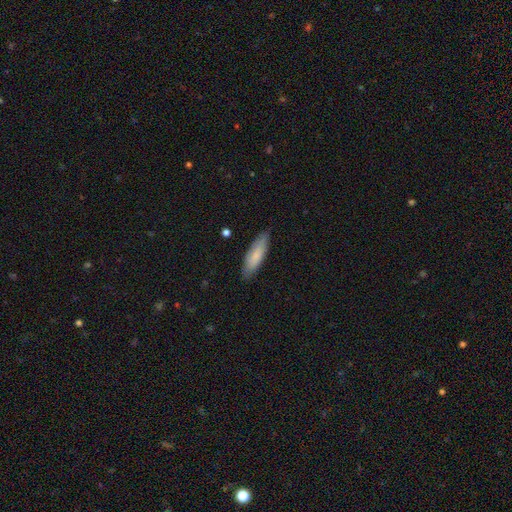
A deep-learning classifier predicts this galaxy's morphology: The model was most divided on "how rounded": cigar-shaped: 53%, in between: 46%, round: 1%. More confident: merging — none (84%); smooth or featured — smooth (78%).